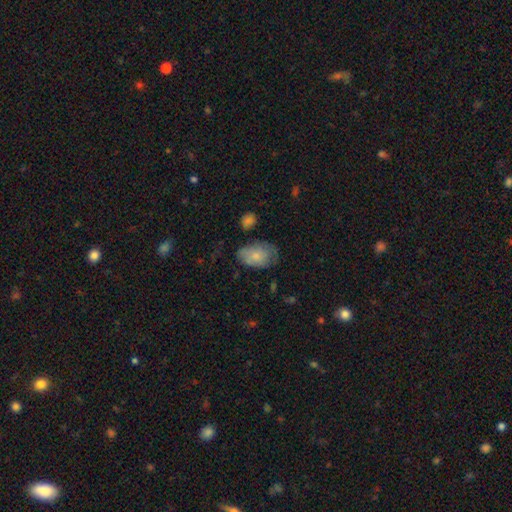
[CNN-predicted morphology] Smooth or featured? Predicted: smooth (p=0.76). How rounded? Predicted: in between (p=0.85). Merging? Predicted: none (p=0.57).